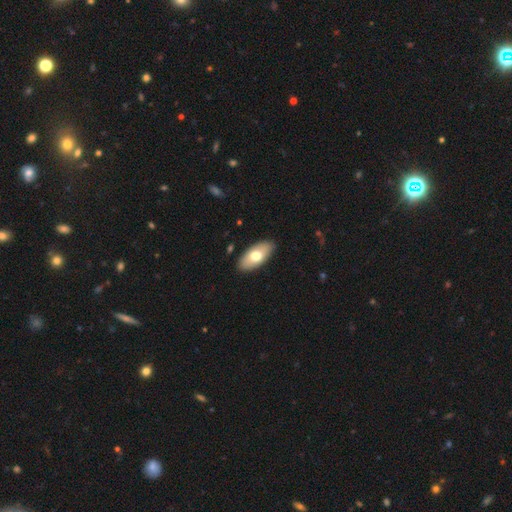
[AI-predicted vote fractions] Smooth or featured?
  - smooth: 69% *
  - featured or disk: 26%
  - star or artifact: 5%
How rounded?
  - in between: 92% *
  - cigar-shaped: 6%
  - round: 2%
Merging?
  - none: 89% *
  - minor disturbance: 8%
  - major disturbance: 2%
  - merger: 1%